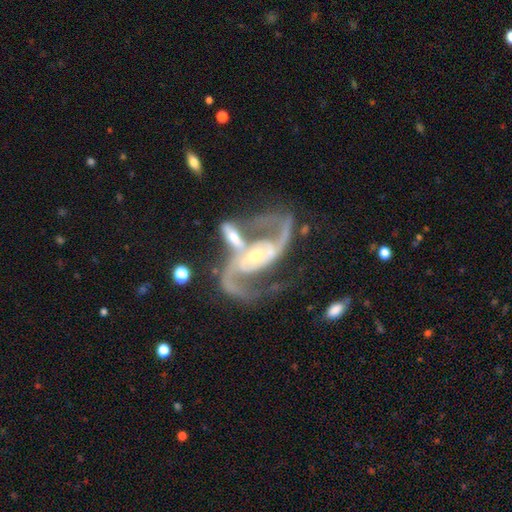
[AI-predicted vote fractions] Smooth or featured? featured or disk (92%)
Edge-on disk? no (97%)
Bar? no (38%)
Spiral arms? yes (97%)
Spiral winding? medium (50%)
Spiral arm count? 2 (89%)
Bulge size? small (53%)
Merging? merger (42%)